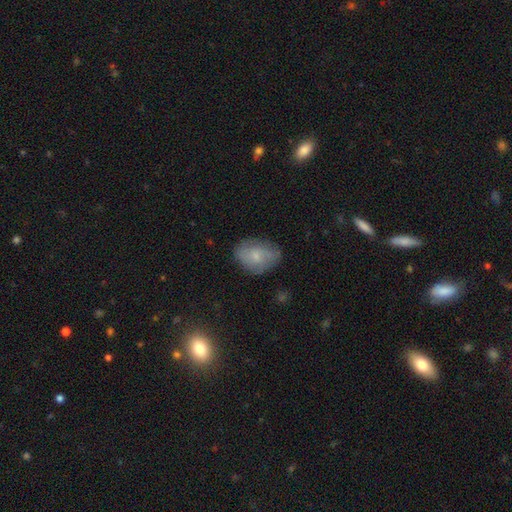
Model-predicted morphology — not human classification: type=smooth (67%); roundness=in between (78%); merging=none (68%).